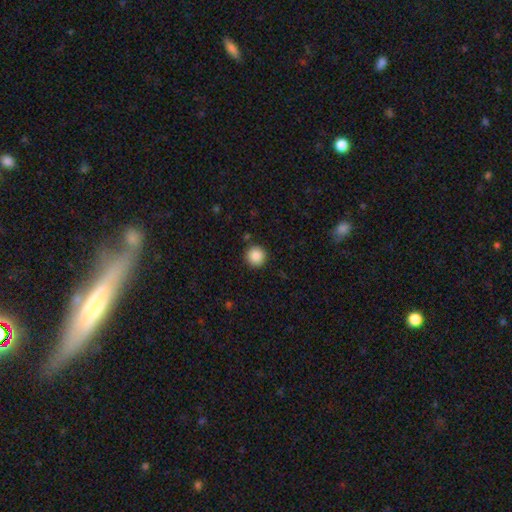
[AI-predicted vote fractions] Morphology: type=smooth (87%); roundness=round (96%); merging=none (91%).